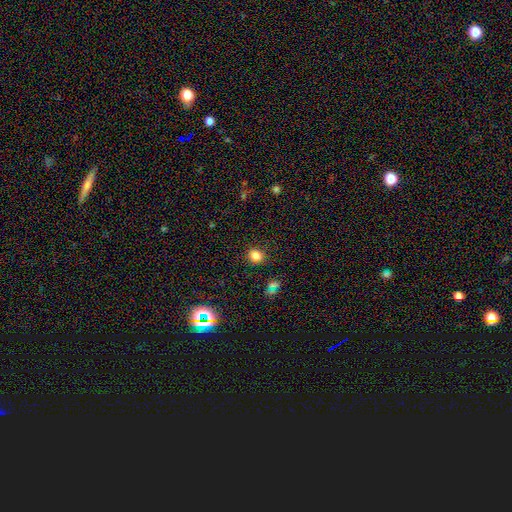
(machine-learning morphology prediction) Overall: smooth (80%). How rounded: round (67%; in between 32%). Merging: none (87%).